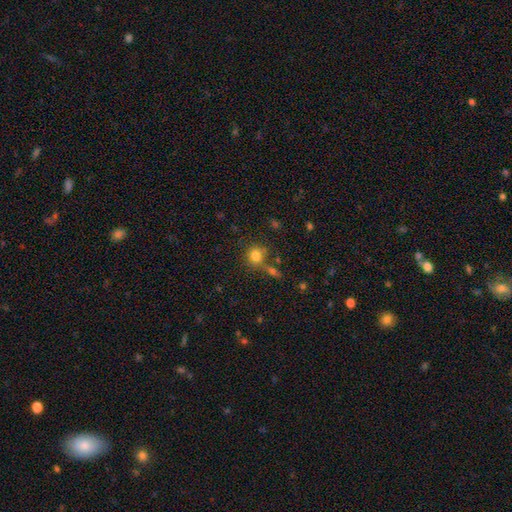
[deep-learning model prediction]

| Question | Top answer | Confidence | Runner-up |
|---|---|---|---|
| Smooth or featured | smooth | 80% | star or artifact (12%) |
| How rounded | round | 79% | in between (20%) |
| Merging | none | 61% | merger (19%) |